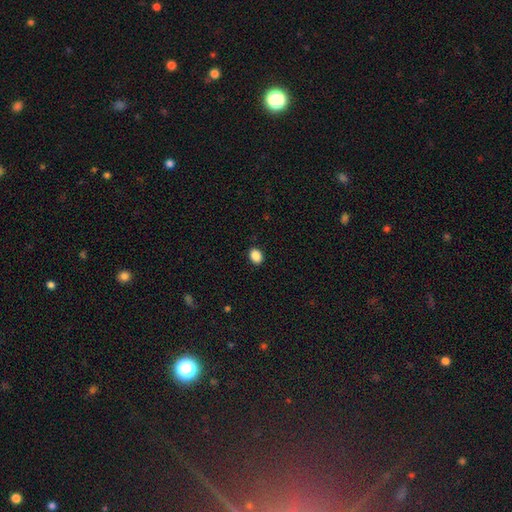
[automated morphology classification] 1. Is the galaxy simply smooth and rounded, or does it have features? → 88% smooth, 9% star or artifact, 3% featured or disk.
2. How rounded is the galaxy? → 66% in between, 33% round, 1% cigar-shaped.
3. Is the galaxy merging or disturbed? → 90% none, 7% minor disturbance, 2% major disturbance, 1% merger.